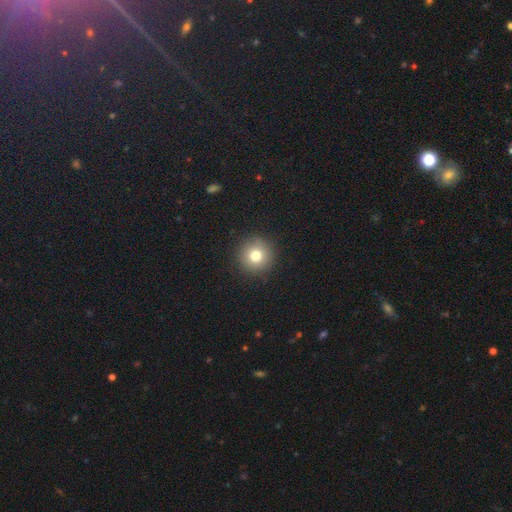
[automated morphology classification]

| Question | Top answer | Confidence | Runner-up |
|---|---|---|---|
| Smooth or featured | smooth | 78% | star or artifact (12%) |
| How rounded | round | 95% | in between (4%) |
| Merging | none | 91% | minor disturbance (6%) |